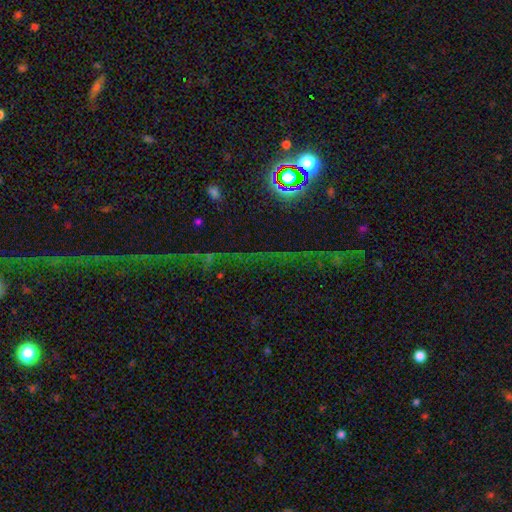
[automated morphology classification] Overall: star or artifact (74%).